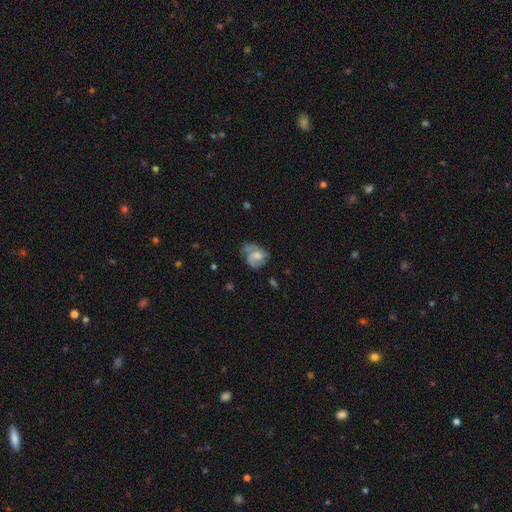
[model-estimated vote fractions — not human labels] Overall: featured or disk (51%; smooth 41%). Edge-on disk: no (97%). Merging: none (41%; minor disturbance 31%).